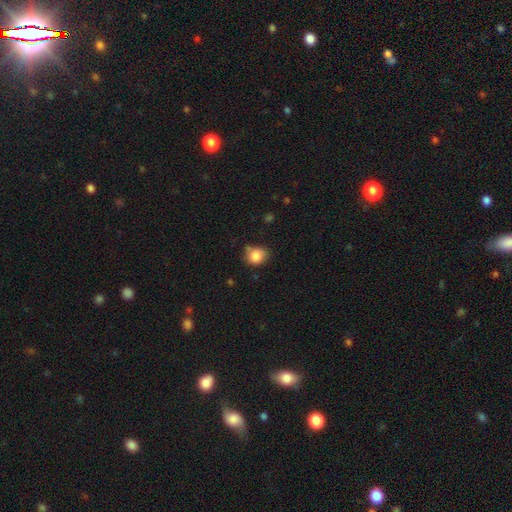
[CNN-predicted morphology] This appears to be a smooth galaxy with no disk features (84%) that is round (71%). Merging: none (64%).